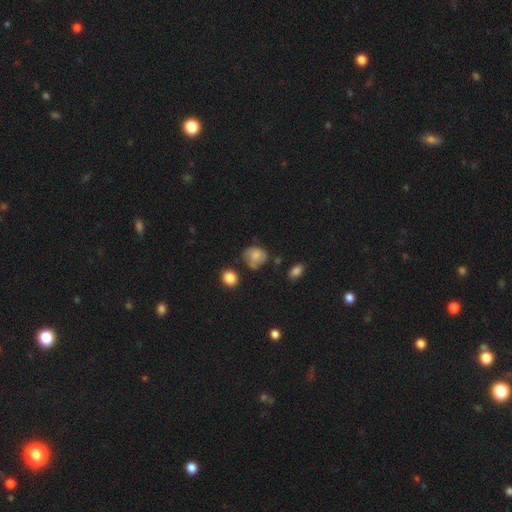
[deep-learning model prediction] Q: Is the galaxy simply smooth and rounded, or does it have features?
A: smooth — 70%.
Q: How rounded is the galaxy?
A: round — 66%.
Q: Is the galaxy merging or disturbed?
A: none — 49%.